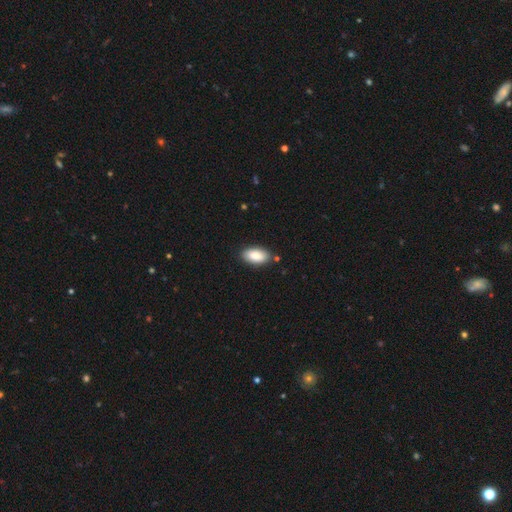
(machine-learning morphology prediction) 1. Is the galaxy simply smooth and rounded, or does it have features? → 88% smooth, 6% star or artifact, 6% featured or disk.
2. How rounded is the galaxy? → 94% in between, 3% cigar-shaped, 3% round.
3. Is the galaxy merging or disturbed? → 86% none, 10% minor disturbance, 2% major disturbance, 2% merger.